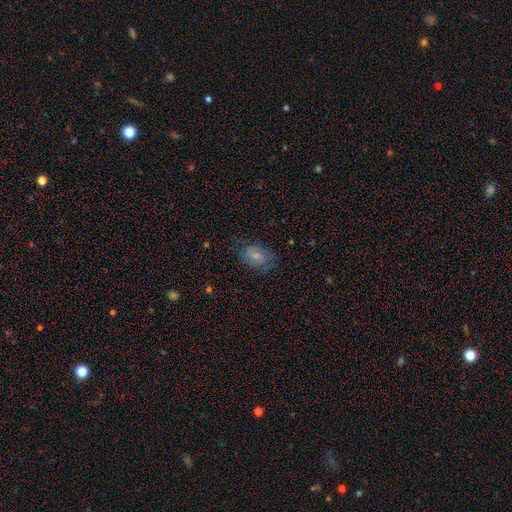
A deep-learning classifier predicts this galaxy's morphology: This appears to be a smooth galaxy with no disk features (62%) that is in between round and cigar-shaped (82%). Merging: none (70%).